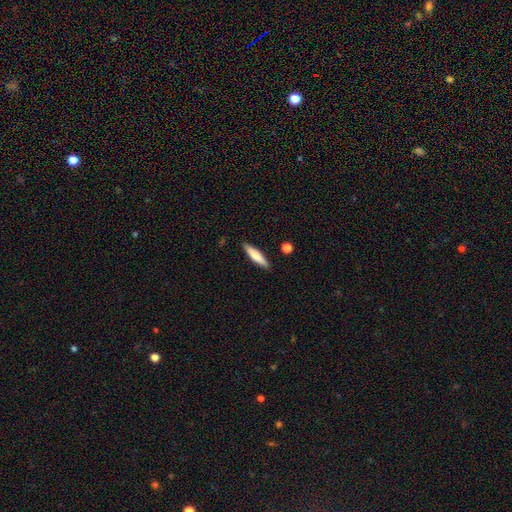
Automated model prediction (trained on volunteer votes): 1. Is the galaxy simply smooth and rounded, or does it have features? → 67% smooth, 27% featured or disk, 6% star or artifact.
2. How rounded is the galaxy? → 80% cigar-shaped, 19% in between, 2% round.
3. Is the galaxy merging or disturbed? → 88% none, 8% minor disturbance, 2% merger, 2% major disturbance.